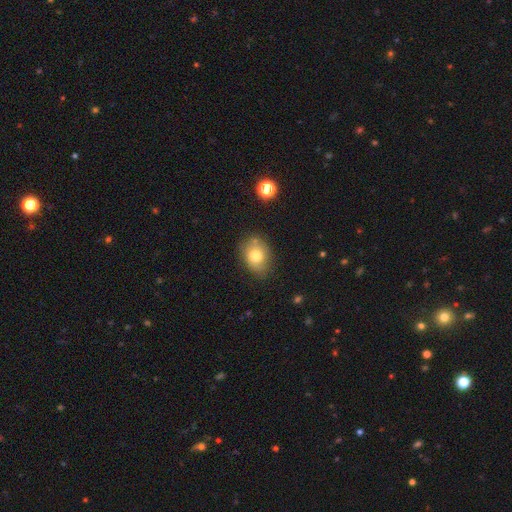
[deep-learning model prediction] smooth-or-featured: smooth: 75% | featured or disk: 14% | star or artifact: 11%
  how-rounded: in between: 58% | round: 41% | cigar-shaped: 1%
  merging: none: 74% | minor disturbance: 18% | merger: 4% | major disturbance: 4%